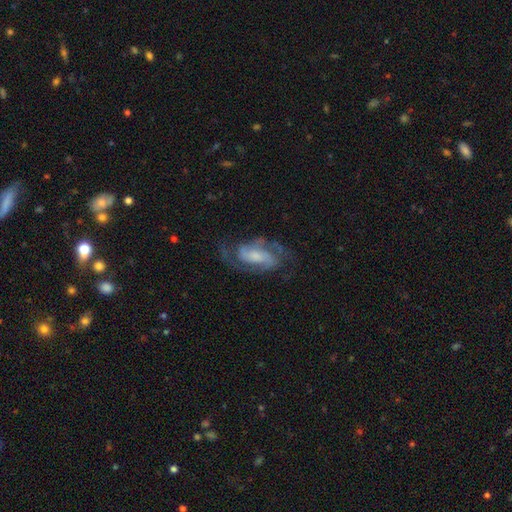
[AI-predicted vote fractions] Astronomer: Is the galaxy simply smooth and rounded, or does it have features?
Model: featured or disk — 83%.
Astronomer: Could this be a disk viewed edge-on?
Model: no — 96%.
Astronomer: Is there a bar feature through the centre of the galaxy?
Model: no — 45% (runner-up: weak, 39%).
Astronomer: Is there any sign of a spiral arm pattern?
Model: yes — 95%.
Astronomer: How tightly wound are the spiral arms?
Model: medium — 50% (runner-up: tight, 34%).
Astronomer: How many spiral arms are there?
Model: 2 — 69%.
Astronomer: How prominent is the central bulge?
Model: small — 36% (runner-up: moderate, 29%).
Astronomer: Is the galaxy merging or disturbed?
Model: none — 66%.